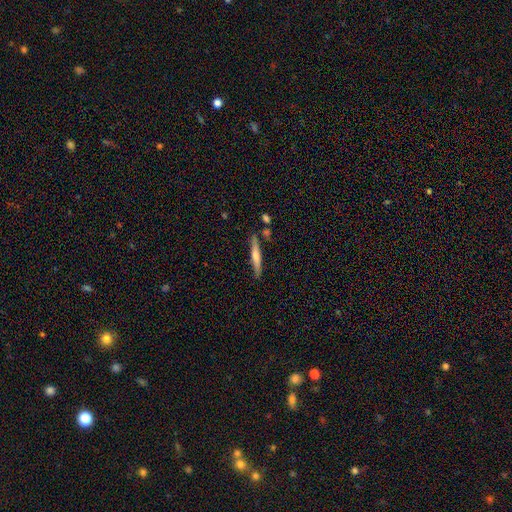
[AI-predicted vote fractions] smooth_or_featured: smooth (p=0.50) [alt: featured or disk p=0.44]
how_rounded: cigar-shaped (p=0.93) [alt: in between p=0.06]
merging: none (p=0.81) [alt: minor disturbance p=0.11]